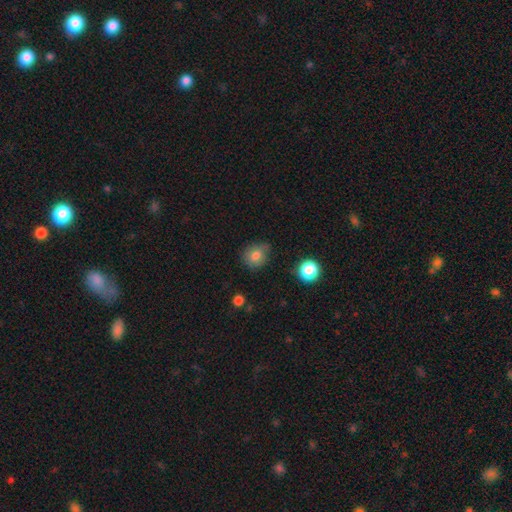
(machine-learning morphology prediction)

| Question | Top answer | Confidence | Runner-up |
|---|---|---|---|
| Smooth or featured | smooth | 79% | star or artifact (11%) |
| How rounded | round | 66% | in between (33%) |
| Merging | none | 60% | minor disturbance (30%) |